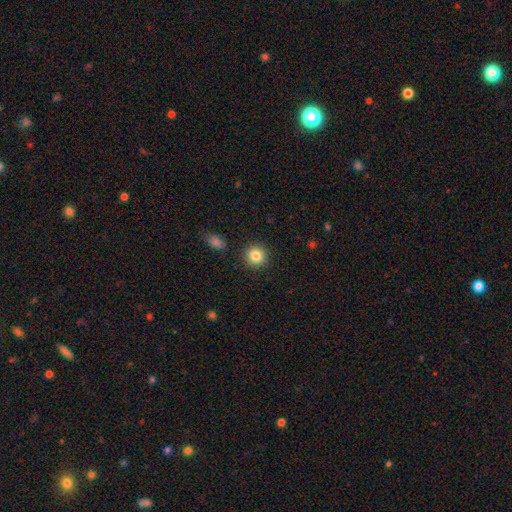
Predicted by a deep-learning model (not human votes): Q: Smooth or featured?
A: smooth (84%); runner-up: star or artifact (10%)
Q: How rounded?
A: round (92%); runner-up: in between (7%)
Q: Merging?
A: none (90%); runner-up: minor disturbance (6%)